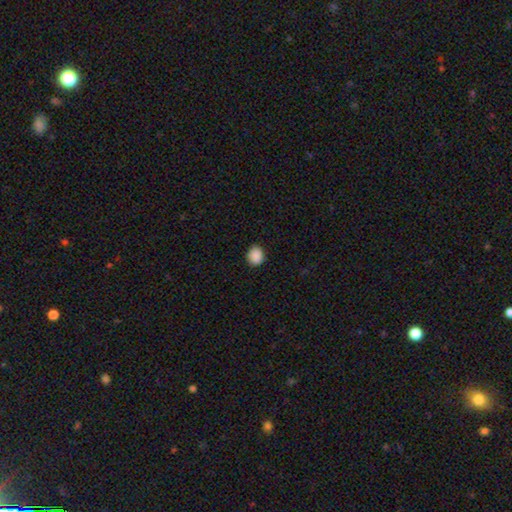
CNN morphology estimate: The model was most divided on "how rounded": round: 67%, in between: 33%, cigar-shaped: 1%. More confident: smooth or featured — smooth (89%); merging — none (88%).